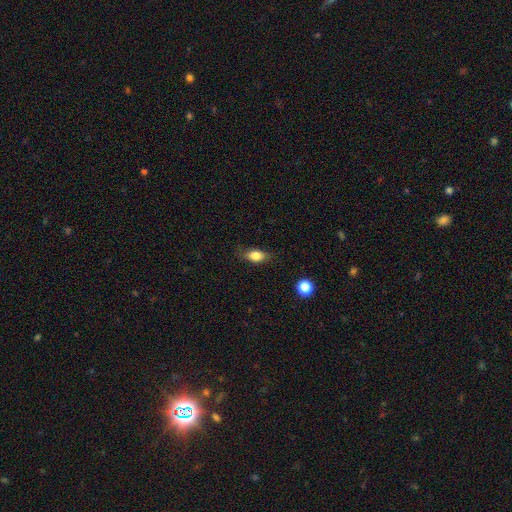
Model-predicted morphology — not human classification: smooth_or_featured: smooth (p=0.78) [alt: featured or disk p=0.13]
how_rounded: in between (p=0.79) [alt: round p=0.13]
merging: none (p=0.75) [alt: minor disturbance p=0.19]